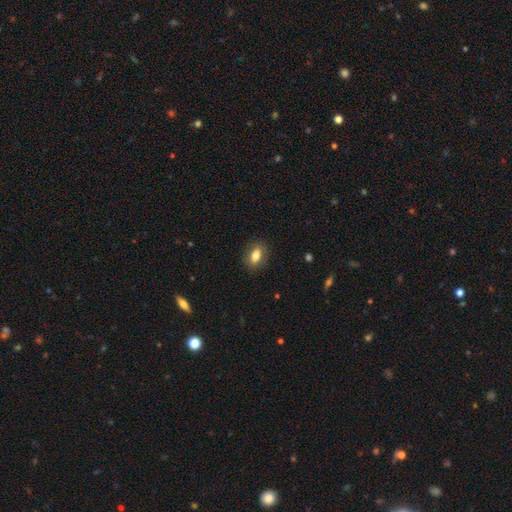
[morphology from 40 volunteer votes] This appears to be a smooth galaxy with no disk features (90%) that is in between round and cigar-shaped (89%). Merging: none (82%).